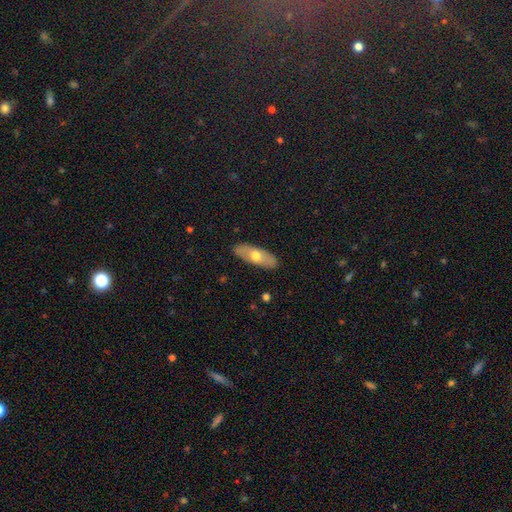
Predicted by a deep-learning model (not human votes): smooth-or-featured: smooth: 57% | featured or disk: 38% | star or artifact: 6%
  how-rounded: in between: 66% | cigar-shaped: 31% | round: 3%
  merging: none: 89% | minor disturbance: 8% | major disturbance: 2% | merger: 1%